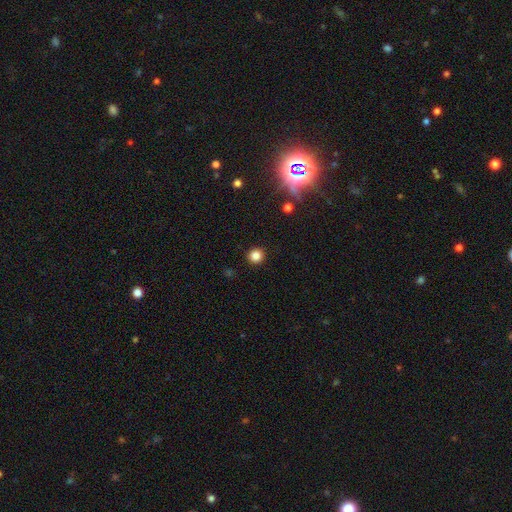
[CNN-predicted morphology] Smooth or featured: smooth — 84% (star or artifact — 12%)
How rounded: round — 94% (in between — 5%)
Merging: none — 92% (minor disturbance — 5%)